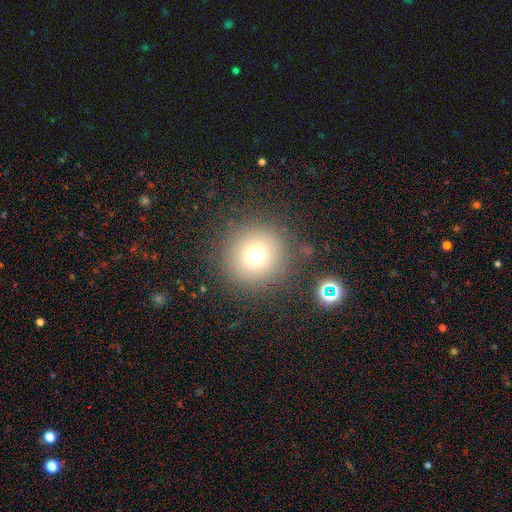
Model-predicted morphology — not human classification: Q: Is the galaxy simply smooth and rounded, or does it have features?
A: smooth — 72%.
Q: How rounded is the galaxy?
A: round — 96%.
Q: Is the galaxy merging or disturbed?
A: none — 86%.